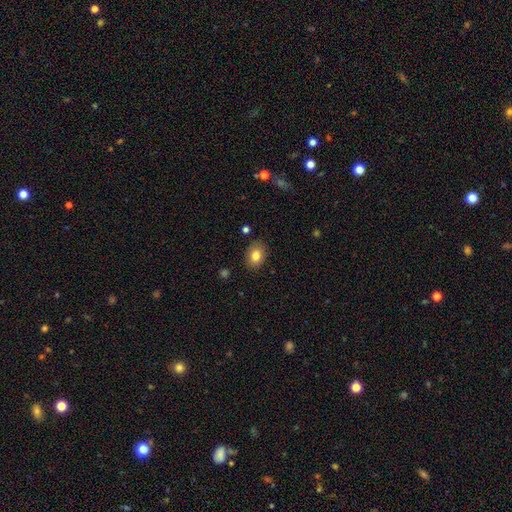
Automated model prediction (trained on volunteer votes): smooth-or-featured: smooth: 82% | featured or disk: 9% | star or artifact: 9%
  how-rounded: in between: 69% | round: 30% | cigar-shaped: 1%
  merging: none: 86% | minor disturbance: 10% | major disturbance: 2% | merger: 2%